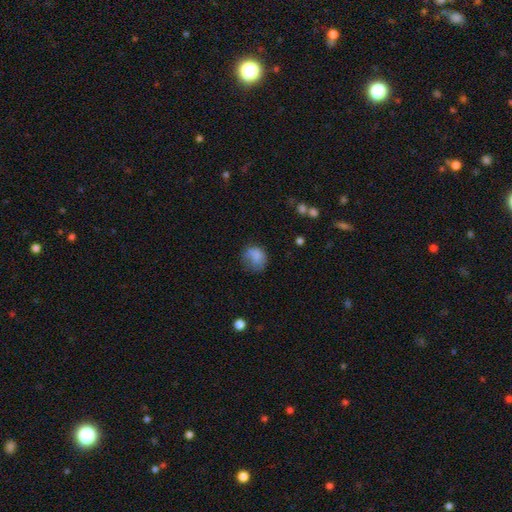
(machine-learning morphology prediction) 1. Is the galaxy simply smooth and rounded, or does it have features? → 78% smooth, 12% featured or disk, 10% star or artifact.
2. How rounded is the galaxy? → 64% round, 35% in between, 1% cigar-shaped.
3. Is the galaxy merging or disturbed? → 48% none, 29% minor disturbance, 20% major disturbance, 3% merger.